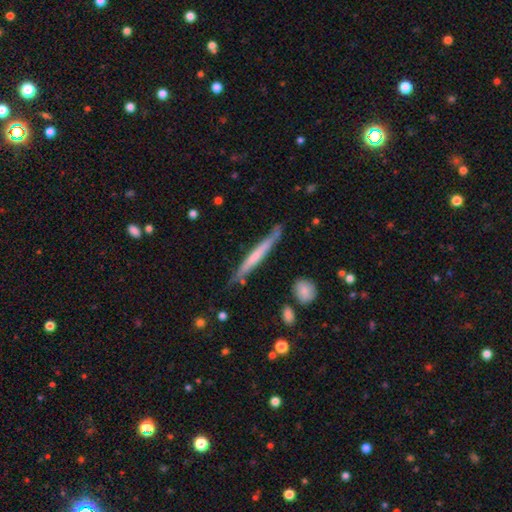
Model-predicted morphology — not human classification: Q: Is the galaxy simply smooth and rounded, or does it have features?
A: featured or disk — 47%, tied with smooth.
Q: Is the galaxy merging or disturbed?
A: none — 79%.